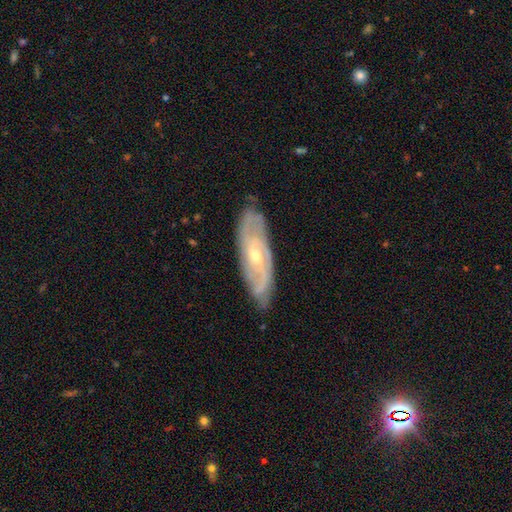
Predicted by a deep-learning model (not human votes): A featured or disk galaxy (80%) with no bar (51%), tight (53%) spiral arms (93%) and a moderate central bulge (52%). Merging: none (79%).